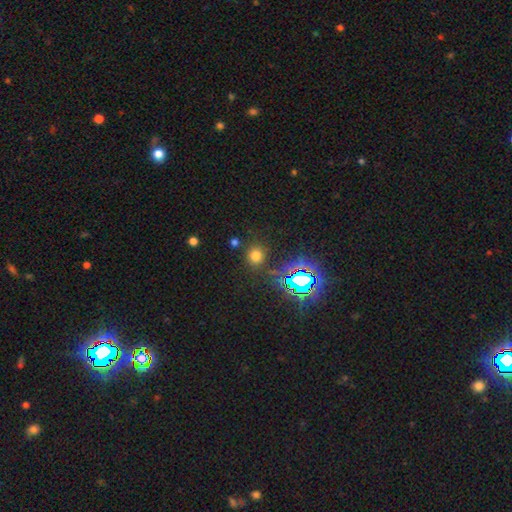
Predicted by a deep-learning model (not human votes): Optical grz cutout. It shows a smooth galaxy with no disk features (65%) that is round (89%). Merging: none (83%).